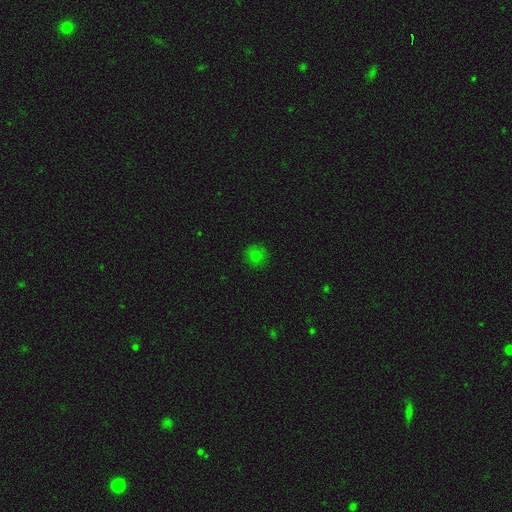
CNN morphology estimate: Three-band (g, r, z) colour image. It shows a smooth galaxy with no disk features (78%) that is round (89%). Merging: none (85%).